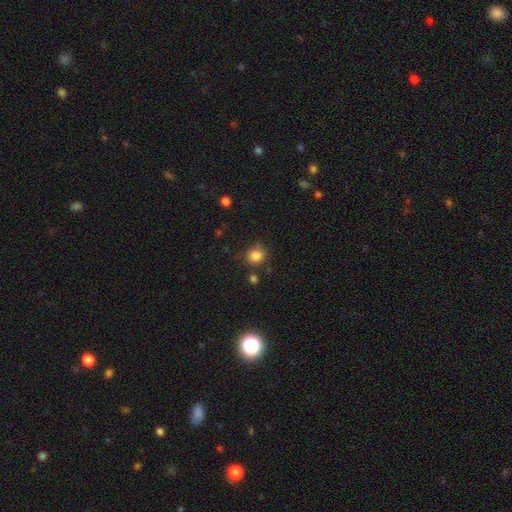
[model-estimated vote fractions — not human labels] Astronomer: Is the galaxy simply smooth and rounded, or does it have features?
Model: smooth — 84%.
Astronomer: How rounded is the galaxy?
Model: round — 84%.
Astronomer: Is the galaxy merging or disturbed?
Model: none — 78%.